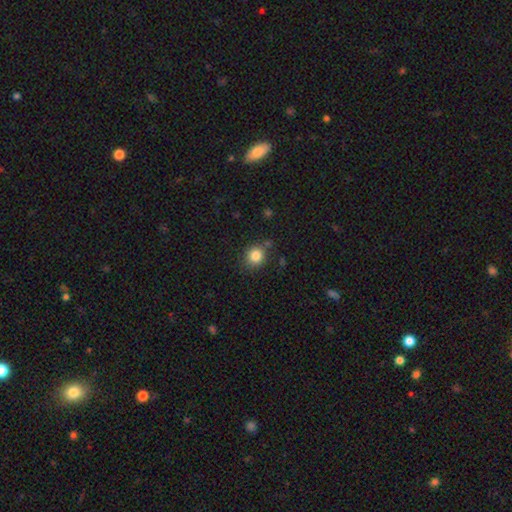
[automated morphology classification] Q: Smooth or featured?
A: smooth (83%); runner-up: star or artifact (11%)
Q: How rounded?
A: round (83%); runner-up: in between (16%)
Q: Merging?
A: none (80%); runner-up: minor disturbance (12%)